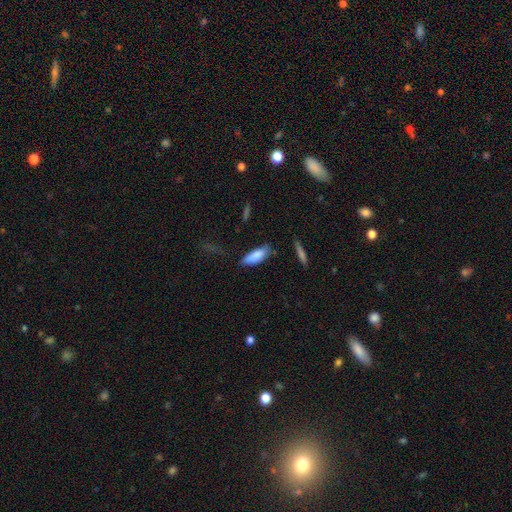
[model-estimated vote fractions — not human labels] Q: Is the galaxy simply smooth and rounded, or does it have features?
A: smooth — 84%.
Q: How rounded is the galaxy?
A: in between — 70%.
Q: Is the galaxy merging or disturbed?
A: none — 63%.